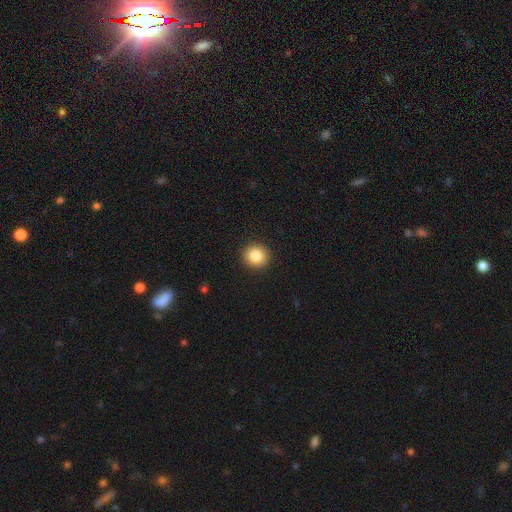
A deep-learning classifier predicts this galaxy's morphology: Smooth or featured? smooth (84%)
How rounded? round (91%)
Merging? none (93%)